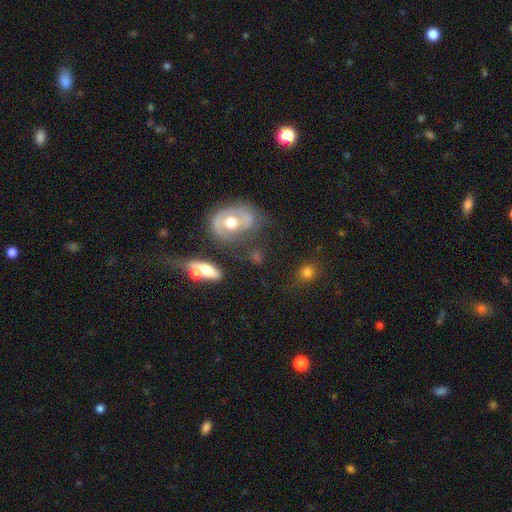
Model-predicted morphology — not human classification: Smooth or featured? Predicted: featured or disk (p=0.44). Merging? Predicted: none (p=0.48).